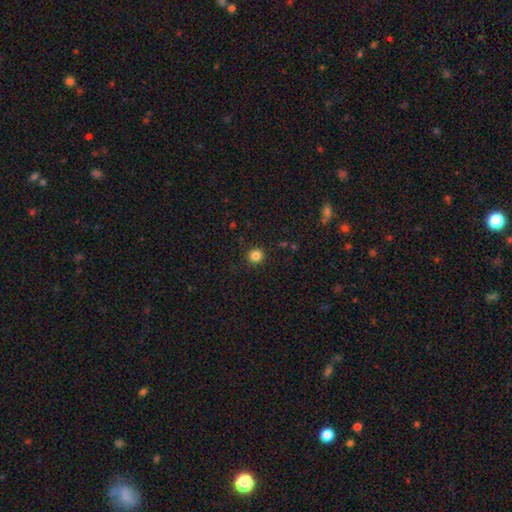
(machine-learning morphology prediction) This is clearly a smooth galaxy (84%). How rounded: clearly round (93%). Merging: clearly none (91%).